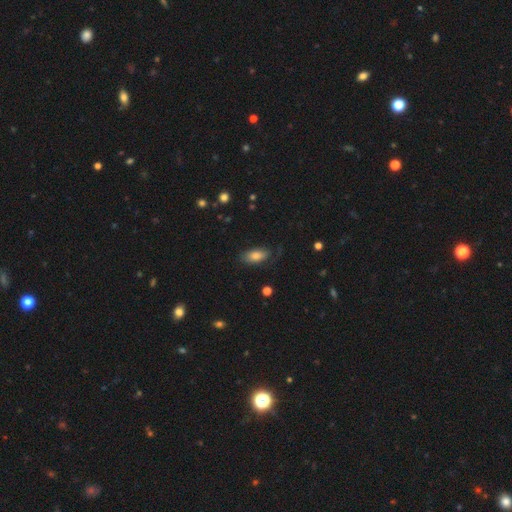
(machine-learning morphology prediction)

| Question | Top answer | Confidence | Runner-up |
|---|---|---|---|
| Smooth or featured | smooth | 74% | featured or disk (16%) |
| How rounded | in between | 86% | cigar-shaped (10%) |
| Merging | none | 70% | minor disturbance (20%) |